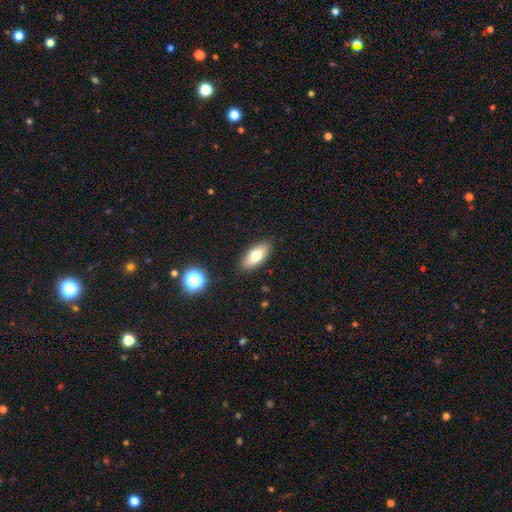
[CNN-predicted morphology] type=smooth (74%); roundness=in between (85%); merging=none (87%).